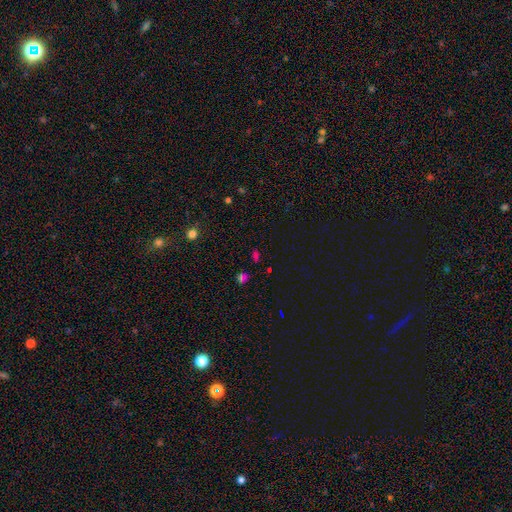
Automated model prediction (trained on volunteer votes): This appears to be a star or artifact, not a galaxy (51%).